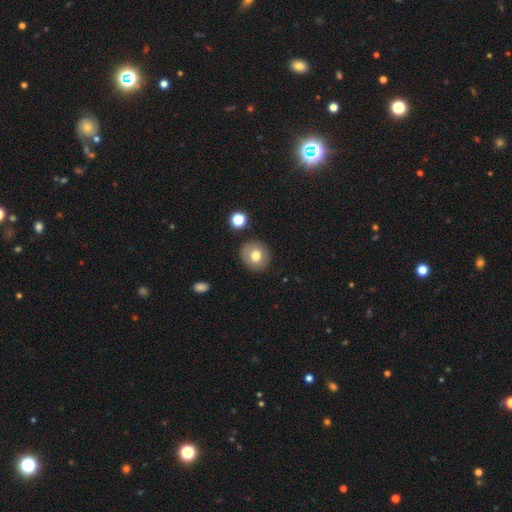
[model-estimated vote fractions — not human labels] Smooth or featured?
  - smooth: 74% *
  - featured or disk: 17%
  - star or artifact: 9%
How rounded?
  - round: 88% *
  - in between: 11%
  - cigar-shaped: 1%
Merging?
  - none: 87% *
  - minor disturbance: 8%
  - major disturbance: 2%
  - merger: 2%